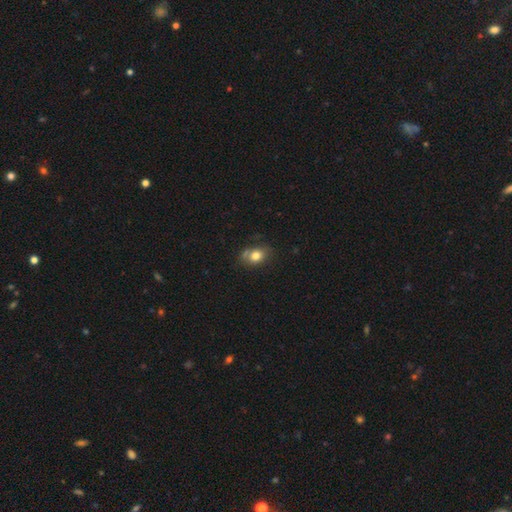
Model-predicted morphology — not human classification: Smooth or featured? Predicted: smooth (p=0.77). How rounded? Predicted: in between (p=0.66). Merging? Predicted: none (p=0.59).